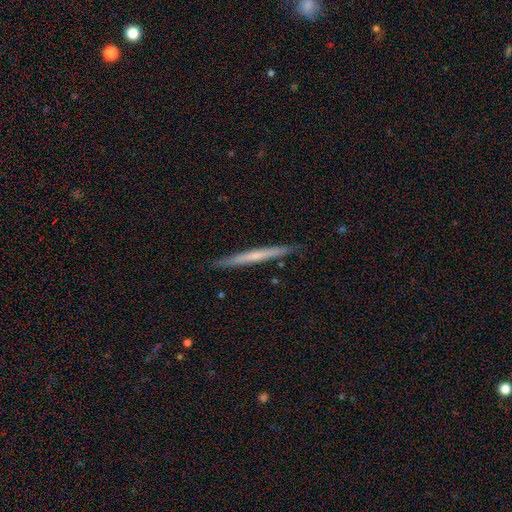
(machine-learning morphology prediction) featured or disk 49%, smooth 46%, star or artifact 5%. Down the decision tree: merging — none (90%).